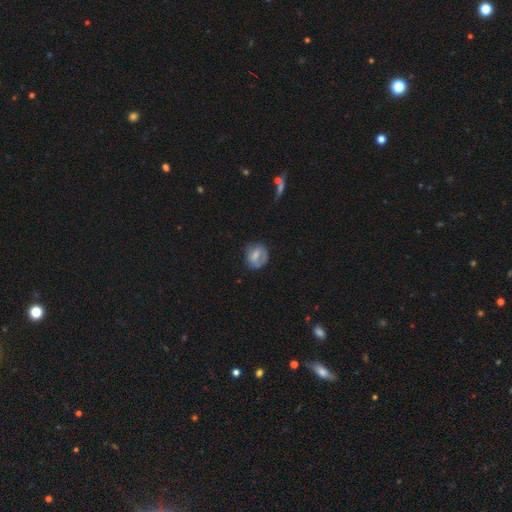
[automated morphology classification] This appears to be a smooth galaxy with no disk features (64%) that is round (69%). Merging: none (59%).